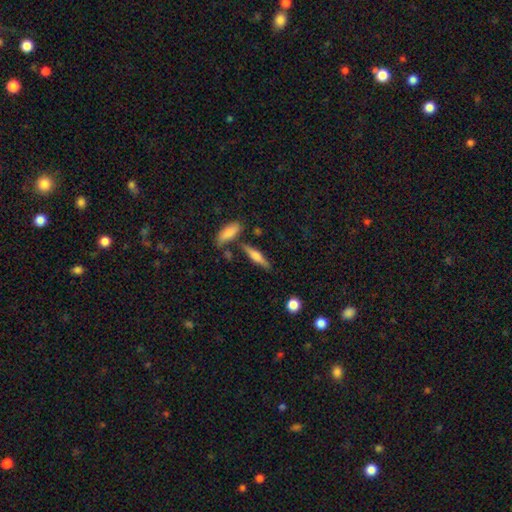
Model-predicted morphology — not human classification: Smooth or featured? smooth (54%)
How rounded? cigar-shaped (70%)
Merging? none (72%)